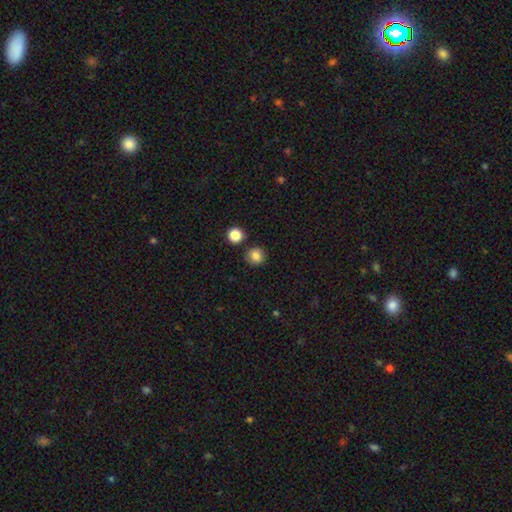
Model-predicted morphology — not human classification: Smooth or featured?
  - smooth: 83% *
  - star or artifact: 11%
  - featured or disk: 6%
How rounded?
  - round: 89% *
  - in between: 10%
  - cigar-shaped: 1%
Merging?
  - none: 85% *
  - minor disturbance: 8%
  - merger: 5%
  - major disturbance: 2%